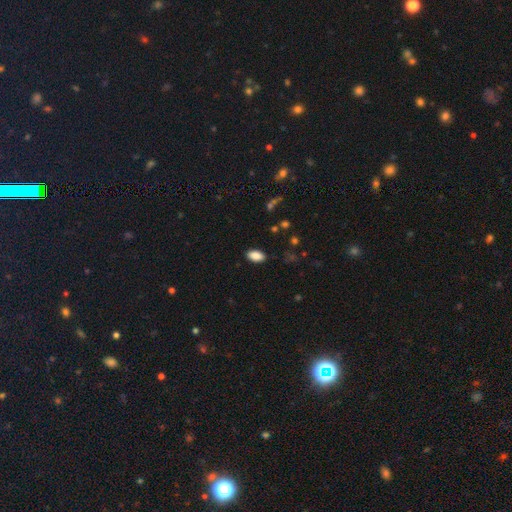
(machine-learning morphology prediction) Q: Smooth or featured?
A: smooth (88%); runner-up: star or artifact (8%)
Q: How rounded?
A: in between (93%); runner-up: round (4%)
Q: Merging?
A: none (88%); runner-up: minor disturbance (9%)